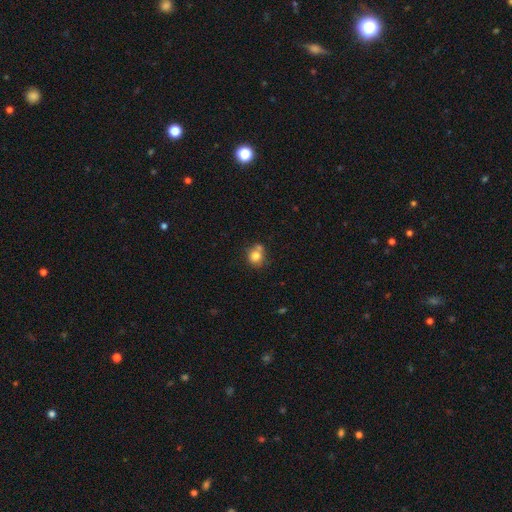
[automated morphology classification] Overall: smooth (79%). How rounded: round (77%). Merging: none (52%; merger 27%).